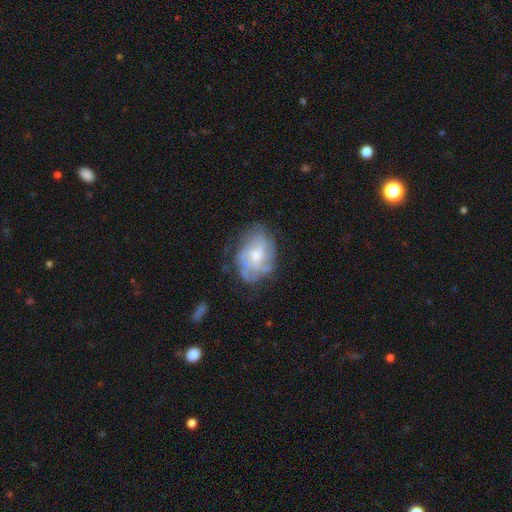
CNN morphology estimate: smooth-or-featured: featured or disk: 70% | smooth: 23% | star or artifact: 7%
  disk-edge-on: no: 97% | yes: 3%
    bar: no: 63% | weak: 33% | strong: 4%
    has-spiral-arms: yes: 82% | no: 18%
      spiral-winding: tight: 44% | medium: 39% | loose: 18%
      spiral-arm-count: can't tell: 43% | 4: 20% | 3: 16% | 2: 10% | more than 4: 6% | 1: 4%
    bulge-size: moderate: 51% | small: 34% | none: 7% | large: 7% | dominant: 1%
  merging: none: 62% | minor disturbance: 23% | major disturbance: 13% | merger: 2%